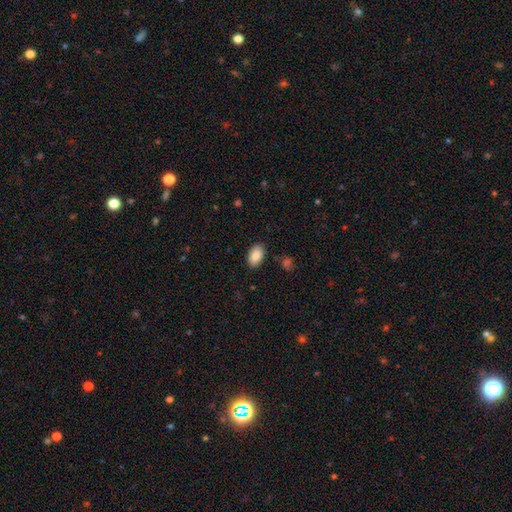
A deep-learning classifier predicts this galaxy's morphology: smooth 88%, star or artifact 7%, featured or disk 5%. Down the decision tree: how rounded — in between (94%); merging — none (88%).